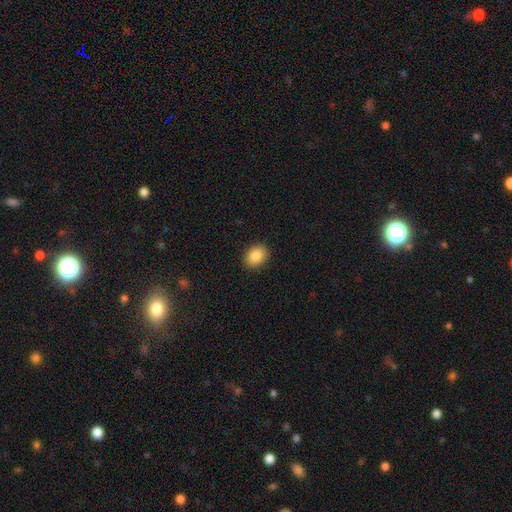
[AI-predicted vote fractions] This is clearly a smooth galaxy (86%). How rounded: possibly in between (59%). Merging: clearly none (90%).